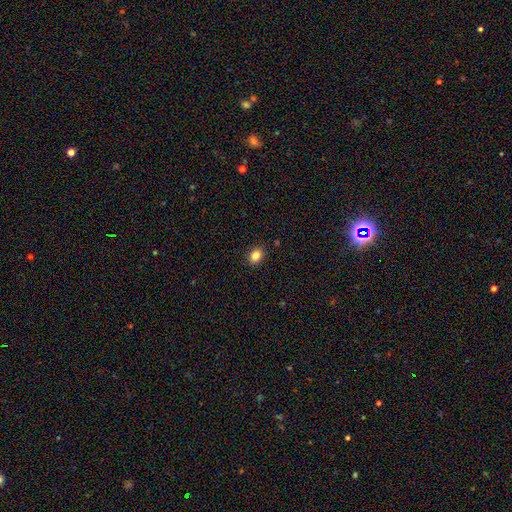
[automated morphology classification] Overall: smooth (84%). How rounded: in between (52%; round 47%). Merging: none (89%).